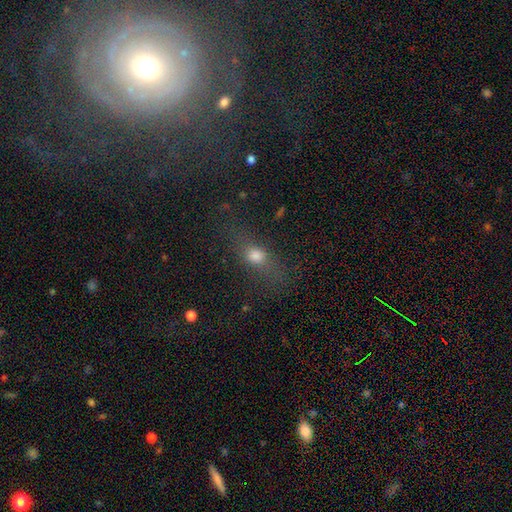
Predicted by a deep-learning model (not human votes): smooth-or-featured: smooth: 59% | featured or disk: 22% | star or artifact: 19%
  how-rounded: in between: 48% | cigar-shaped: 27% | round: 26%
  merging: none: 66% | minor disturbance: 17% | major disturbance: 14% | merger: 3%